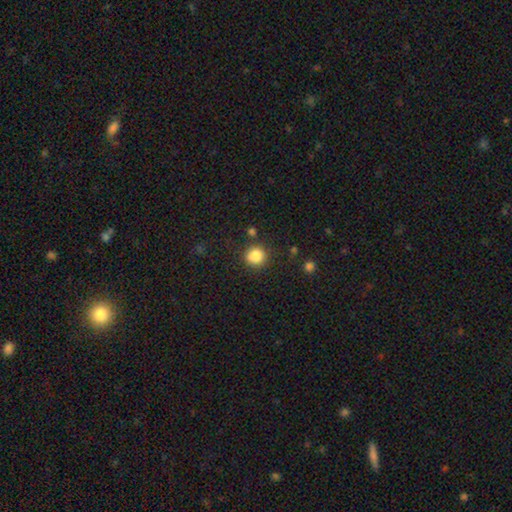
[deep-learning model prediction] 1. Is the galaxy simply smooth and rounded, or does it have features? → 85% smooth, 10% star or artifact, 5% featured or disk.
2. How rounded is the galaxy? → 90% round, 9% in between, 1% cigar-shaped.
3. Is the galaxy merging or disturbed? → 83% none, 10% minor disturbance, 4% merger, 3% major disturbance.